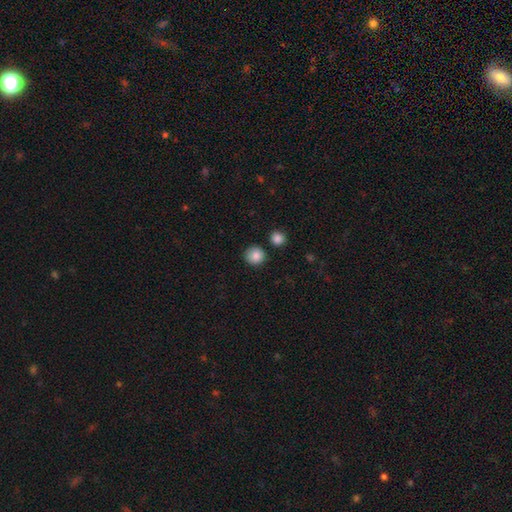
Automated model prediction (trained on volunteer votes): A smooth galaxy with no disk features (87%) that is round (91%).

Vote fractions:
- Smooth or featured? smooth: 87% / star or artifact: 9% / featured or disk: 4%
- How rounded? round: 91% / in between: 8% / cigar-shaped: 1%
- Merging? none: 85% / minor disturbance: 8% / merger: 5% / major disturbance: 2%